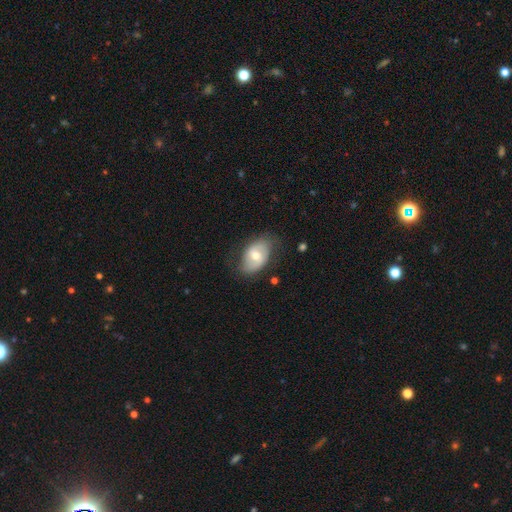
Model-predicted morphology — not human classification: Q: Smooth or featured?
A: smooth (52%); runner-up: featured or disk (41%)
Q: How rounded?
A: in between (87%); runner-up: round (12%)
Q: Merging?
A: none (71%); runner-up: minor disturbance (21%)